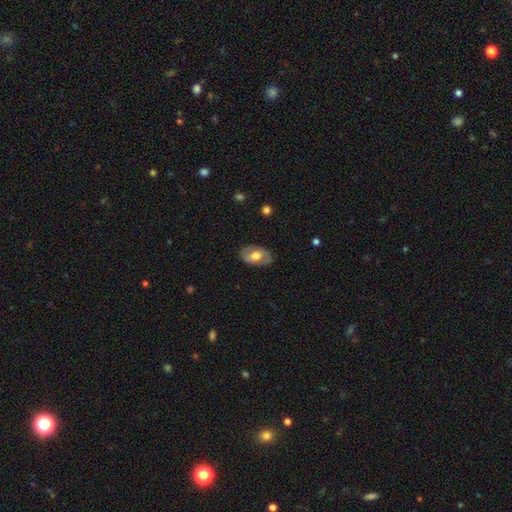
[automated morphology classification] This appears to be a featured or disk galaxy (49%). Merging: none (81%).